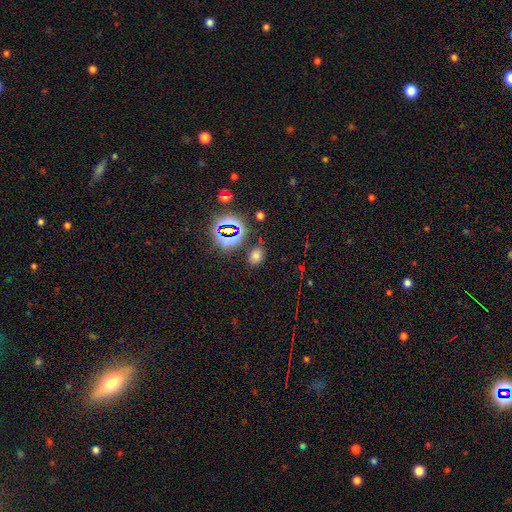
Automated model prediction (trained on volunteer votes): smooth_or_featured: smooth (p=0.64) [alt: star or artifact p=0.30]
how_rounded: in between (p=0.68) [alt: round p=0.31]
merging: none (p=0.83) [alt: minor disturbance p=0.10]